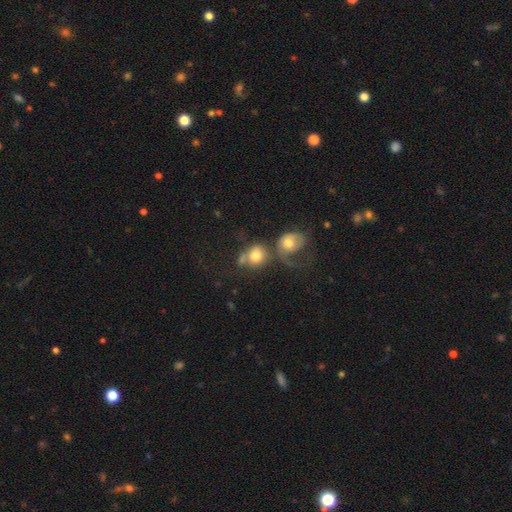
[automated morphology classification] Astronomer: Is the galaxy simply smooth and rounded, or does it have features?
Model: smooth — 68%.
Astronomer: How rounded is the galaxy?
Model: round — 68%.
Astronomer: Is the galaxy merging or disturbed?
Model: merger — 52%.